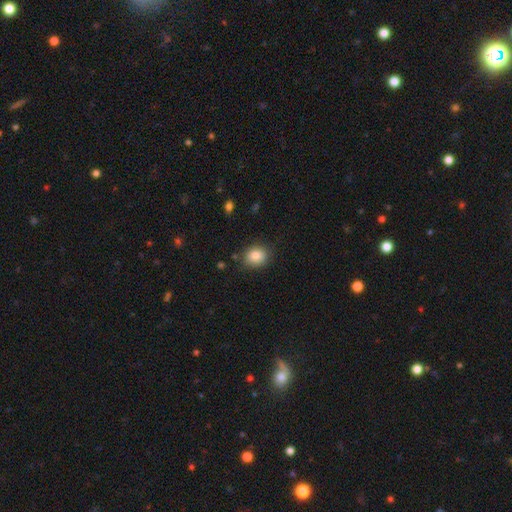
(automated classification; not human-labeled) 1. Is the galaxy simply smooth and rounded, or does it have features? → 85% smooth, 9% star or artifact, 6% featured or disk.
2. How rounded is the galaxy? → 60% round, 39% in between, 1% cigar-shaped.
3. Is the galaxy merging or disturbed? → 81% none, 14% minor disturbance, 3% major disturbance, 2% merger.